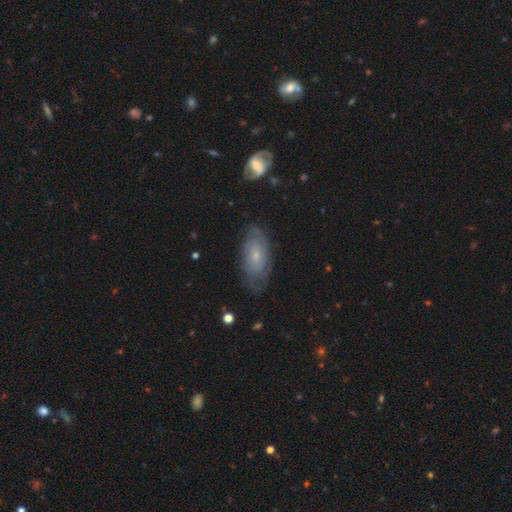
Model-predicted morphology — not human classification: Smooth or featured? featured or disk (53%)
Edge-on disk? no (89%)
Merging? none (67%)